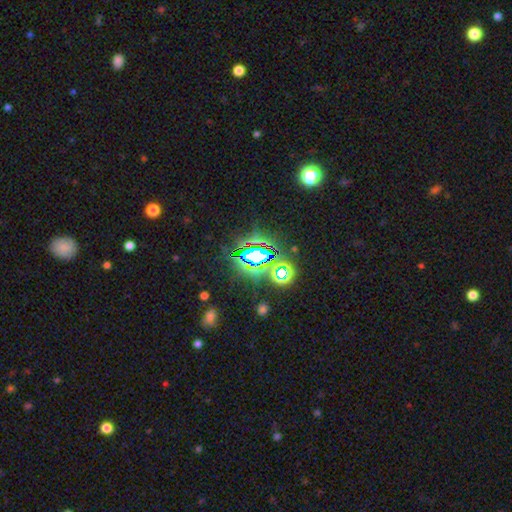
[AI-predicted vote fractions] Q: Smooth or featured?
A: star or artifact (77%); runner-up: smooth (13%)